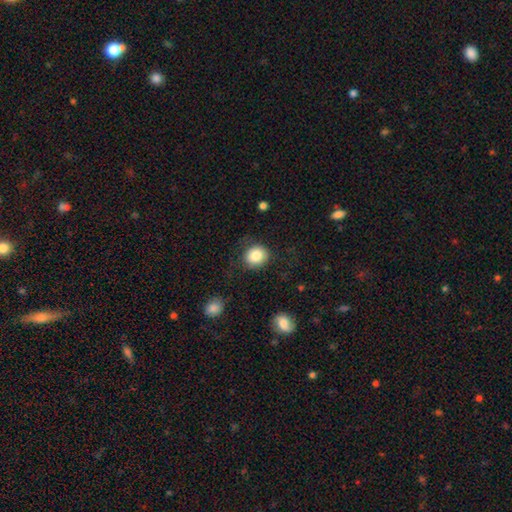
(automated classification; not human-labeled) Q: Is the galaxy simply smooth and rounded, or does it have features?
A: smooth — 85%.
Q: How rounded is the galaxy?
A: round — 75%.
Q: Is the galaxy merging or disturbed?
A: none — 77%.